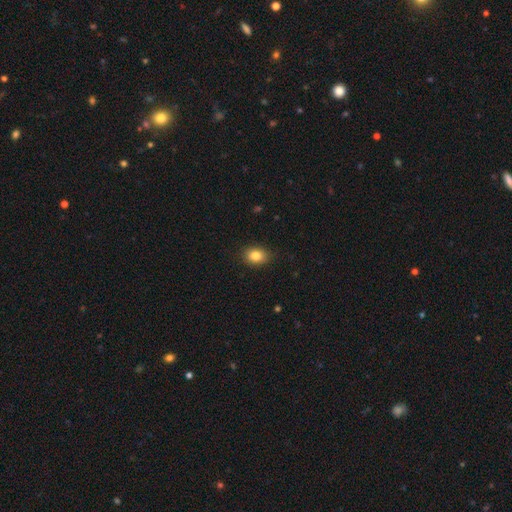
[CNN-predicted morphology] Smooth or featured? Predicted: smooth (p=0.83). How rounded? Predicted: in between (p=0.64). Merging? Predicted: none (p=0.87).